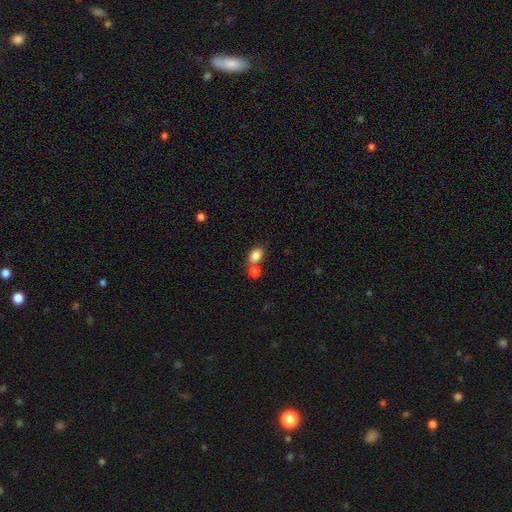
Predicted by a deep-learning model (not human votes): Morphology: type=smooth (83%); roundness=in between (76%); merging=none (53%).